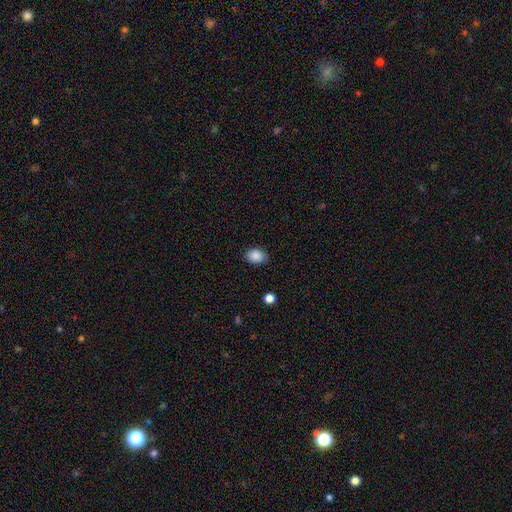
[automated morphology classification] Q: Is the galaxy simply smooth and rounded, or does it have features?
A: smooth — 88%.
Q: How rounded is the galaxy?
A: in between — 74%.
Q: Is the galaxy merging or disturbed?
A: none — 85%.